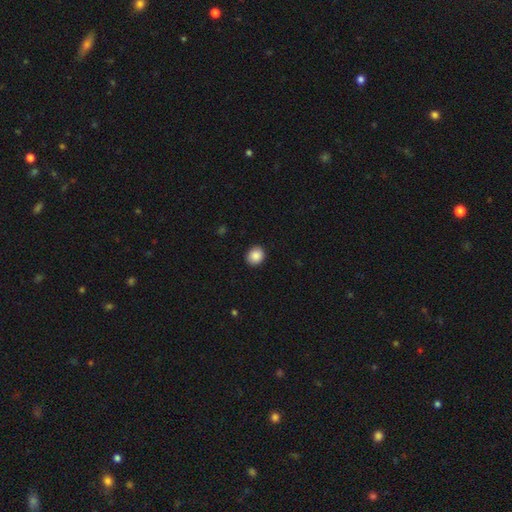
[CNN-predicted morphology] Smooth or featured? smooth (88%)
How rounded? round (70%)
Merging? none (91%)